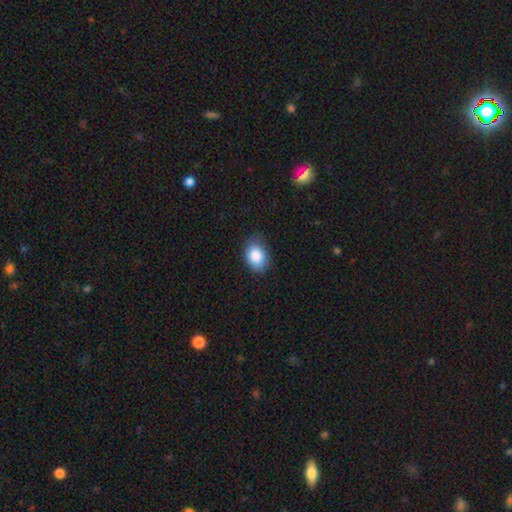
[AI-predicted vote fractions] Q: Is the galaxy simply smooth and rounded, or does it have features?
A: smooth — 87%.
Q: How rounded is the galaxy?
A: in between — 78%.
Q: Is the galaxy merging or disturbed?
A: none — 75%.